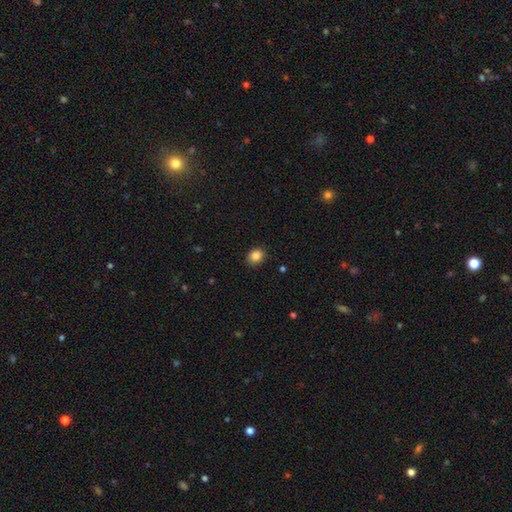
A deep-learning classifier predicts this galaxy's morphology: A smooth galaxy with no disk features (86%) that is round (55%).

Vote fractions:
- Smooth or featured? smooth: 86% / star or artifact: 10% / featured or disk: 4%
- How rounded? round: 55% / in between: 44% / cigar-shaped: 1%
- Merging? none: 88% / minor disturbance: 8% / major disturbance: 2% / merger: 1%